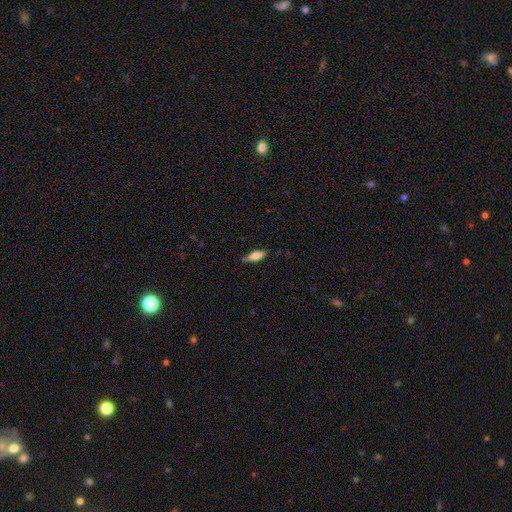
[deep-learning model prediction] Smooth or featured? smooth (63%)
How rounded? in between (53%)
Merging? none (78%)